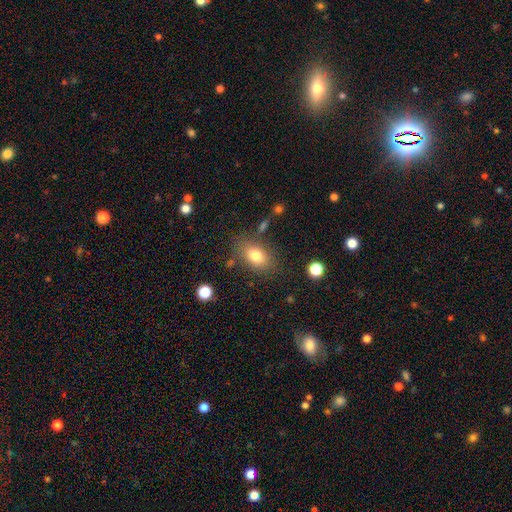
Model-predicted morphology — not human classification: A smooth galaxy with no disk features (77%) that is in between round and cigar-shaped (81%).

Vote fractions:
- Smooth or featured? smooth: 77% / featured or disk: 13% / star or artifact: 10%
- How rounded? in between: 81% / round: 17% / cigar-shaped: 2%
- Merging? none: 77% / minor disturbance: 13% / major disturbance: 5% / merger: 5%